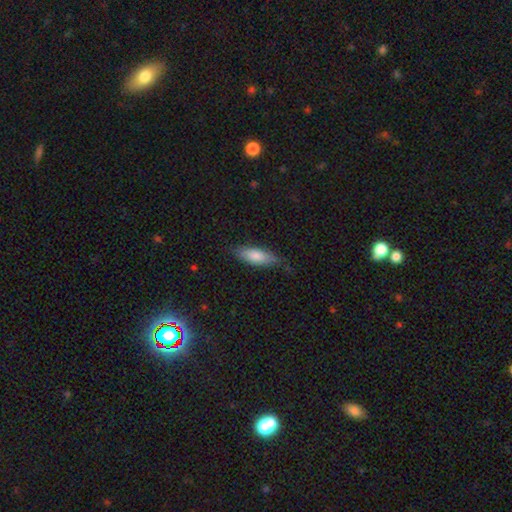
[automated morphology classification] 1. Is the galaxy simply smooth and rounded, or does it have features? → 79% smooth, 15% featured or disk, 6% star or artifact.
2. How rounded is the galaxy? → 62% in between, 36% cigar-shaped, 2% round.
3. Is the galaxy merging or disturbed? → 73% none, 21% minor disturbance, 4% major disturbance, 1% merger.